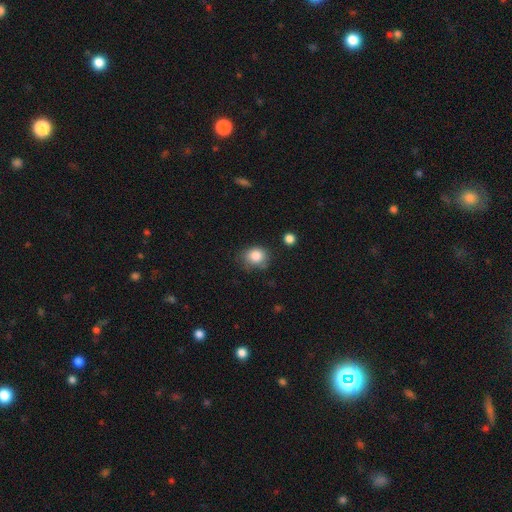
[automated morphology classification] Smooth or featured?
  - smooth: 83% *
  - star or artifact: 10%
  - featured or disk: 7%
How rounded?
  - round: 63% *
  - in between: 36%
  - cigar-shaped: 1%
Merging?
  - none: 67% *
  - minor disturbance: 24%
  - major disturbance: 6%
  - merger: 3%